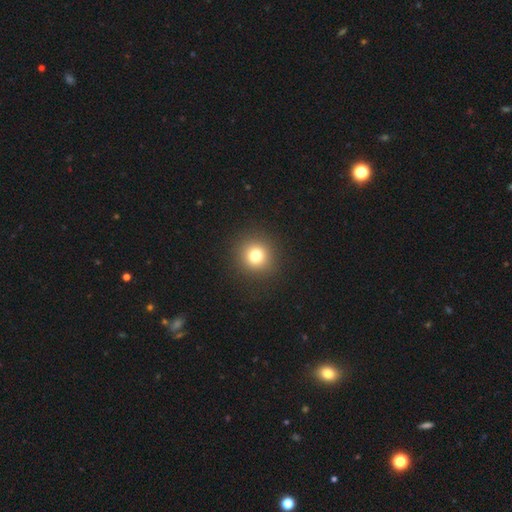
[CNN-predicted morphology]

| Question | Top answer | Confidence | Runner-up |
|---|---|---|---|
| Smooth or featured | smooth | 78% | star or artifact (14%) |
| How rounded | round | 92% | in between (7%) |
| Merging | none | 91% | minor disturbance (5%) |